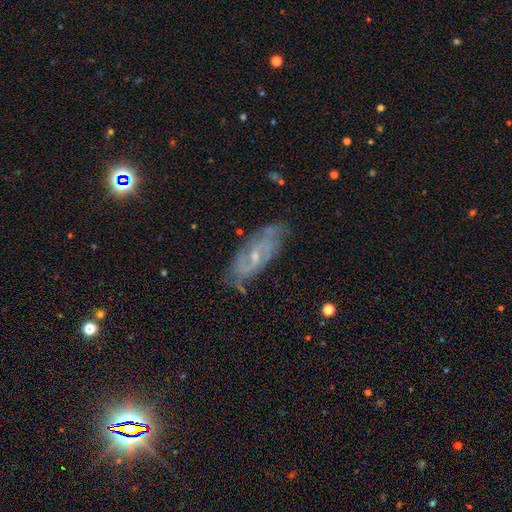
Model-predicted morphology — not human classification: This is likely a featured or disk galaxy (74%). It is clearly not viewed edge-on (88%). Bar: possibly weak (48%). Spiral arm pattern: clearly yes (88%). Spiral arm count: possibly 2 (54%). Spiral winding: marginally medium (42%). Central bulge: likely small (65%). Merging: likely none (73%).